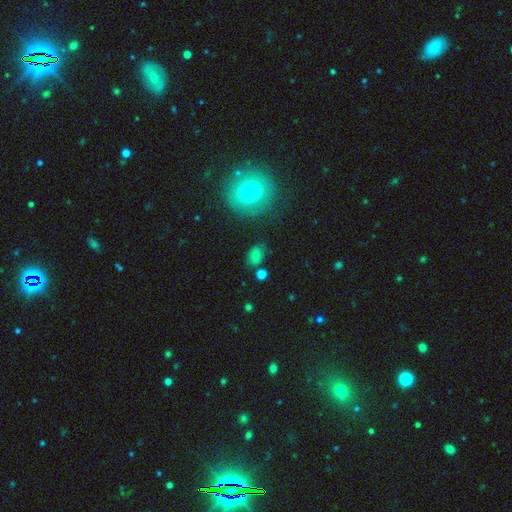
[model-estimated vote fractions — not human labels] Overall: smooth (78%). How rounded: in between (75%). Merging: none (74%).